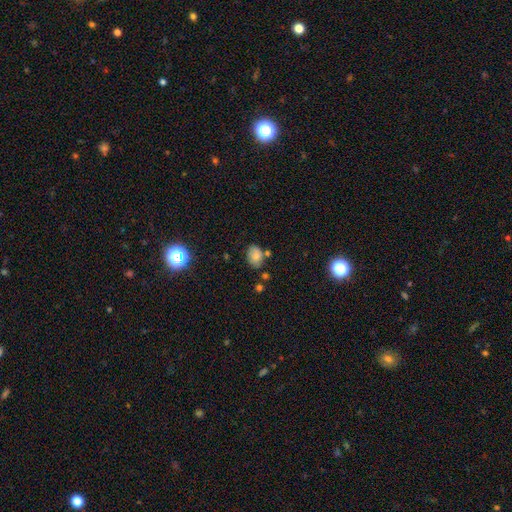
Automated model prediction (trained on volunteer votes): smooth-or-featured: smooth: 77% | star or artifact: 13% | featured or disk: 10%
  how-rounded: in between: 76% | round: 23% | cigar-shaped: 1%
  merging: none: 68% | minor disturbance: 18% | merger: 10% | major disturbance: 4%